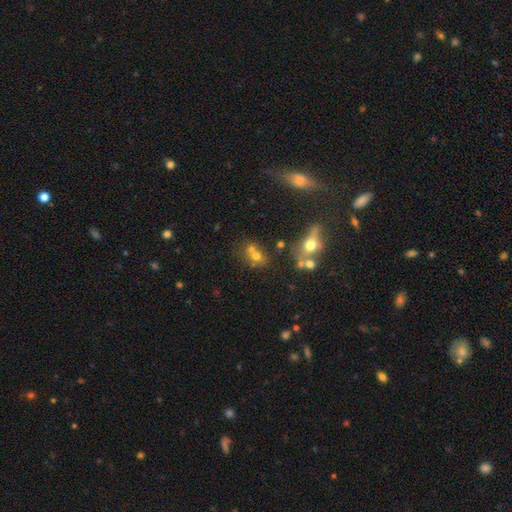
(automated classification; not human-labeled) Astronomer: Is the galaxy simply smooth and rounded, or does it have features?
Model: smooth — 61%.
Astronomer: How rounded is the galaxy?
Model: round — 69%.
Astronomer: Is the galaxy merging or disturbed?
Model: merger — 43% (runner-up: none, 42%).